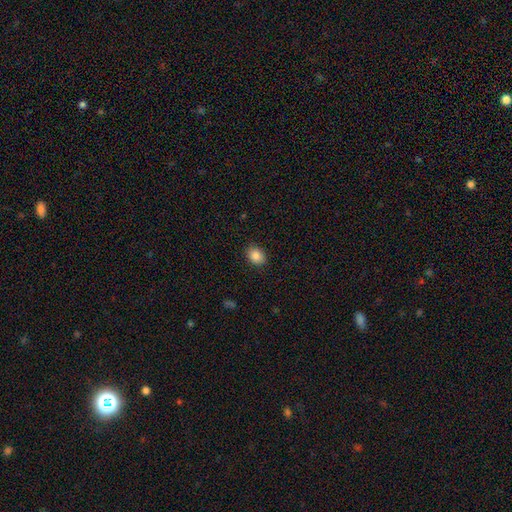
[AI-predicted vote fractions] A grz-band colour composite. It shows a smooth galaxy with no disk features (86%) that is in between round and cigar-shaped (67%). Merging: none (89%).